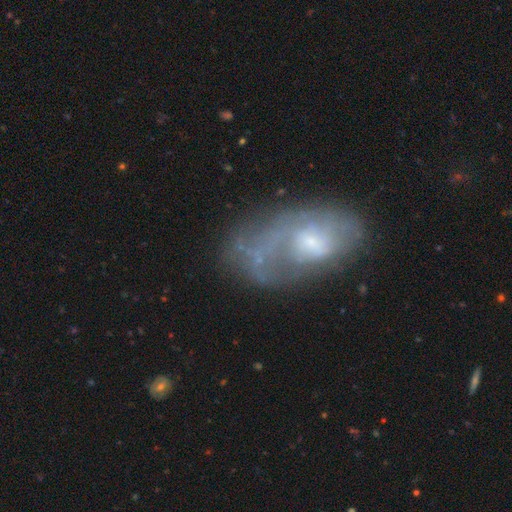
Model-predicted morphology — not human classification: featured or disk 57%, smooth 33%, star or artifact 10%. Down the decision tree: edge-on disk — no (95%); bar — no (69%); spiral arms — no (55%); bulge size — small (57%); merging — none (41%).